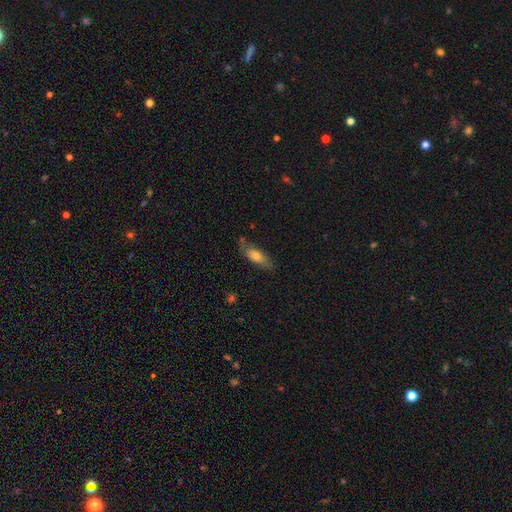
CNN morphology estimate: This appears to be a smooth galaxy with no disk features (70%) that is in between round and cigar-shaped (70%). Merging: none (70%).